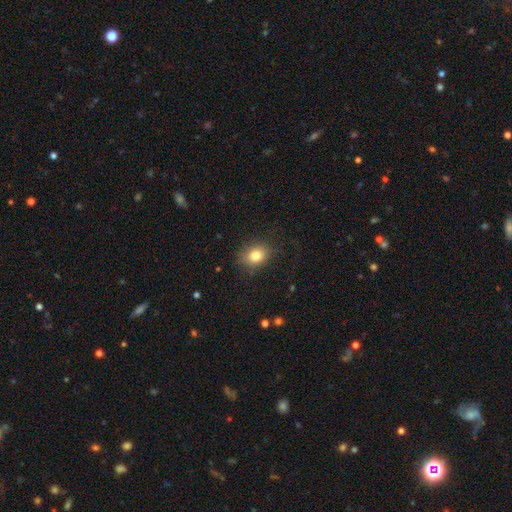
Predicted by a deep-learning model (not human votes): A smooth galaxy with no disk features (80%) that is in between round and cigar-shaped (56%). Merging: none (82%).